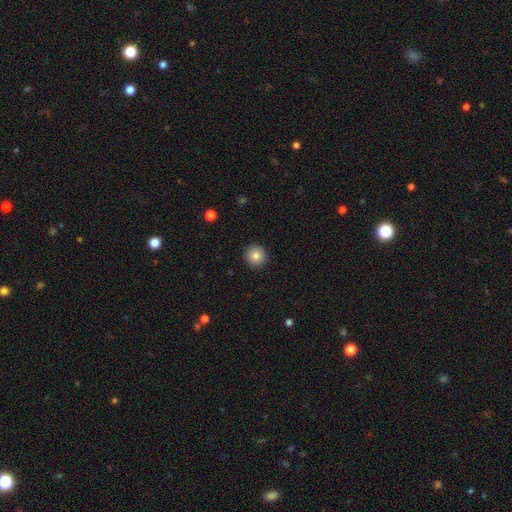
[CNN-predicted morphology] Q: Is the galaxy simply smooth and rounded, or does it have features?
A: smooth — 84%.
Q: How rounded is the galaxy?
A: round — 95%.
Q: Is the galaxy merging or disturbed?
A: none — 92%.